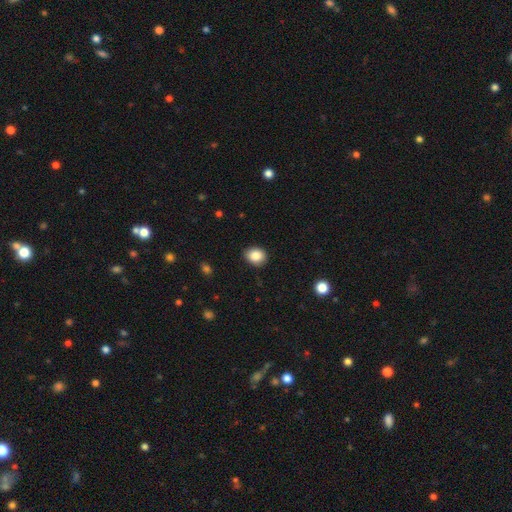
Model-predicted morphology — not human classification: Smooth or featured: smooth — 86% (star or artifact — 9%)
How rounded: round — 51% (in between — 48%)
Merging: none — 85% (minor disturbance — 12%)